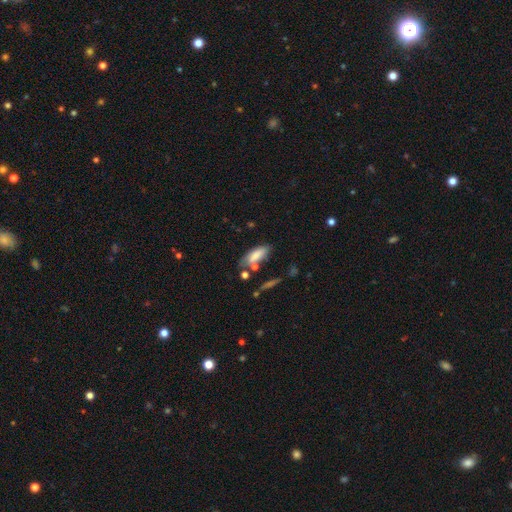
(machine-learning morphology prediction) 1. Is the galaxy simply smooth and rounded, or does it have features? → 78% smooth, 15% featured or disk, 8% star or artifact.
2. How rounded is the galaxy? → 70% in between, 28% cigar-shaped, 2% round.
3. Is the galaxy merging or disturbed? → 58% none, 22% minor disturbance, 13% merger, 7% major disturbance.